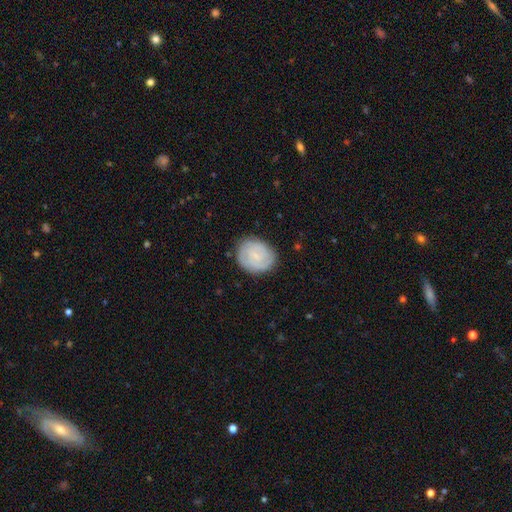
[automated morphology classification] Overall: featured or disk (62%; smooth 32%). Edge-on disk: no (98%). Bar: no (52%; weak 41%). Spiral arms: yes (91%). Spiral arm count: 2 (43%; can't tell 28%). Spiral winding: tight (70%). Bulge size: small (63%). Merging: none (83%).